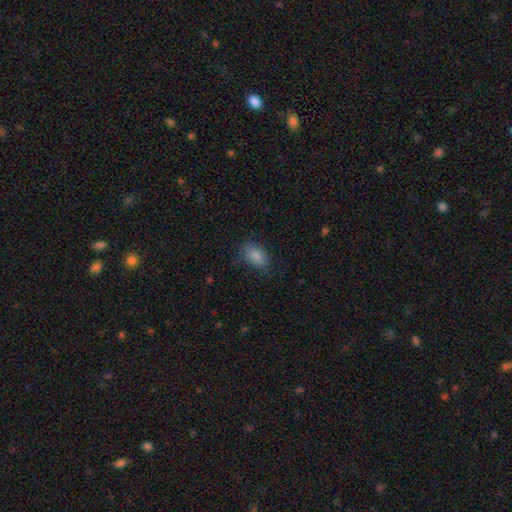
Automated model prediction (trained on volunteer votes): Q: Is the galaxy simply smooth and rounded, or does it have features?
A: smooth — 86%.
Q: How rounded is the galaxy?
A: in between — 89%.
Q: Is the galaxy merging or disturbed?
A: none — 77%.